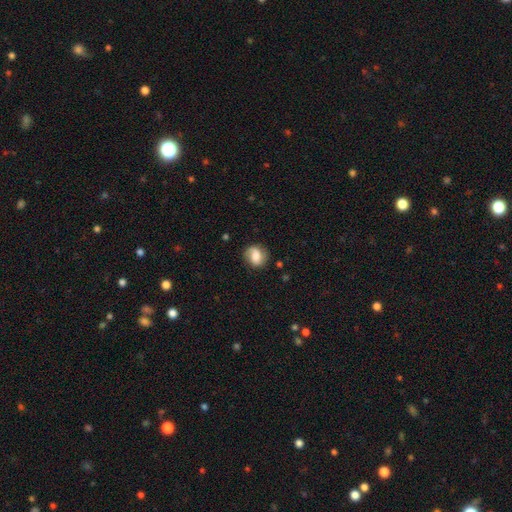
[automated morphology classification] smooth-or-featured: smooth: 56% | featured or disk: 35% | star or artifact: 9%
  how-rounded: round: 67% | in between: 31% | cigar-shaped: 1%
  merging: none: 74% | minor disturbance: 18% | major disturbance: 6% | merger: 2%